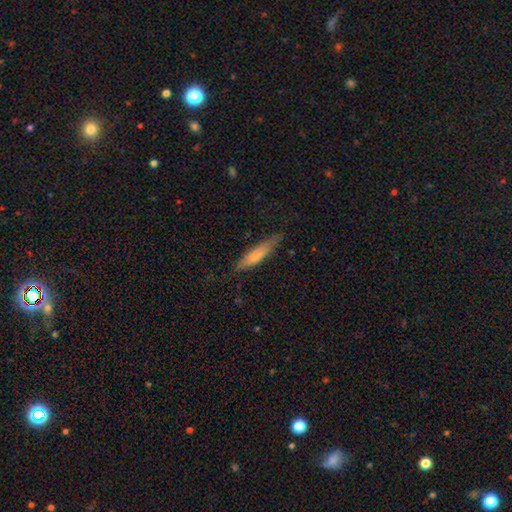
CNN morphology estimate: type=smooth (68%); roundness=cigar-shaped (79%); merging=none (74%).